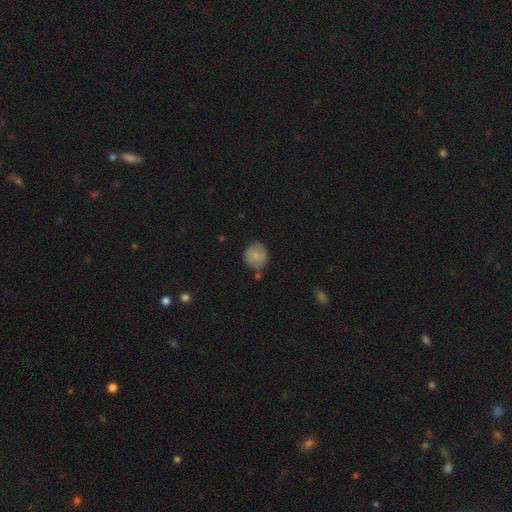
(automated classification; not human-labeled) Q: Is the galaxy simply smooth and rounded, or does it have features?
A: smooth — 80%.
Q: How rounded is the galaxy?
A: round — 87%.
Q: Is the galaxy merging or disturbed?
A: none — 78%.